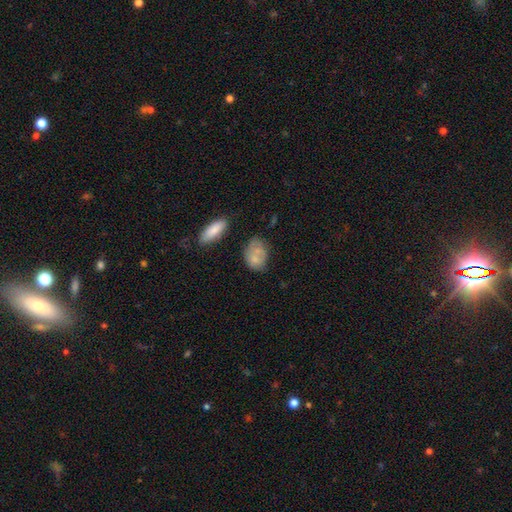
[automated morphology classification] smooth 69%, featured or disk 22%, star or artifact 9%. Down the decision tree: how rounded — in between (74%); merging — none (51%).